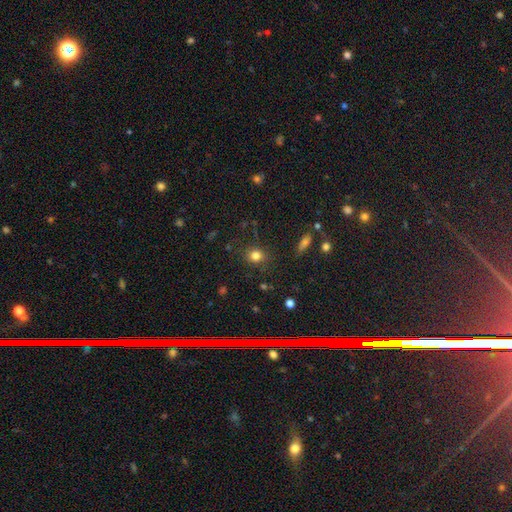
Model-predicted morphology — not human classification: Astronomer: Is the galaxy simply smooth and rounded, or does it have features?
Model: smooth — 81%.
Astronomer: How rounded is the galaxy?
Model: round — 69%.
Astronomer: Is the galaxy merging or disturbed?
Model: none — 83%.